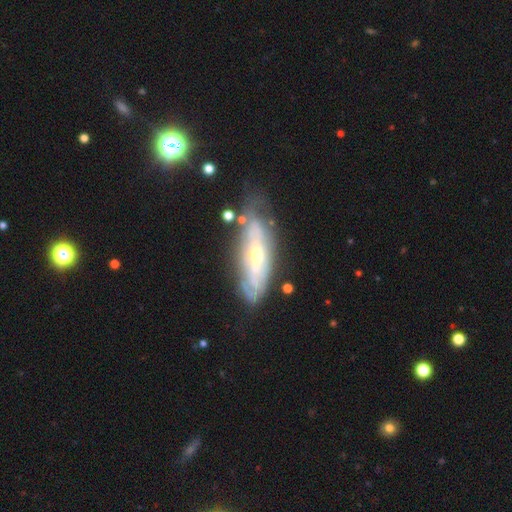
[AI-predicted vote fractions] Smooth or featured?
  - featured or disk: 77% *
  - smooth: 17%
  - star or artifact: 6%
Edge-on disk?
  - no: 74% *
  - yes: 26%
Bar?
  - no: 51% *
  - weak: 32%
  - strong: 17%
Spiral arms?
  - yes: 74% *
  - no: 26%
Bulge size?
  - moderate: 58% *
  - small: 35%
  - large: 5%
  - none: 1%
  - dominant: 1%
Merging?
  - none: 64% *
  - minor disturbance: 24%
  - major disturbance: 9%
  - merger: 3%